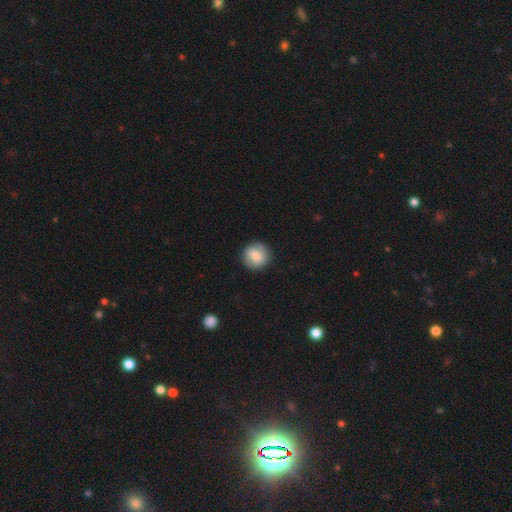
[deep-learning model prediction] Smooth or featured: smooth — 70% (featured or disk — 23%)
How rounded: round — 92% (in between — 7%)
Merging: none — 86% (minor disturbance — 11%)